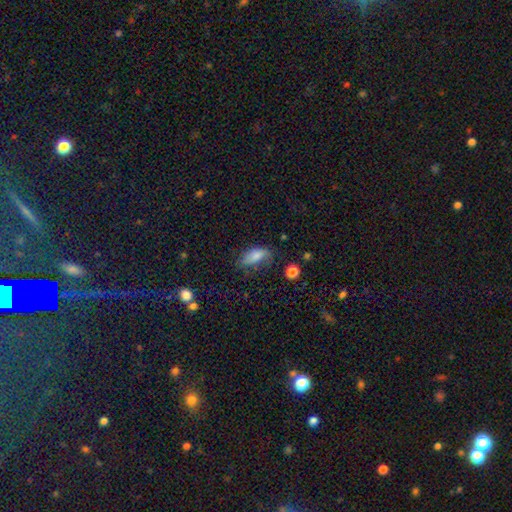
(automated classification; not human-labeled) A smooth galaxy with no disk features (77%) that is in between round and cigar-shaped (84%). Merging: none (54%).